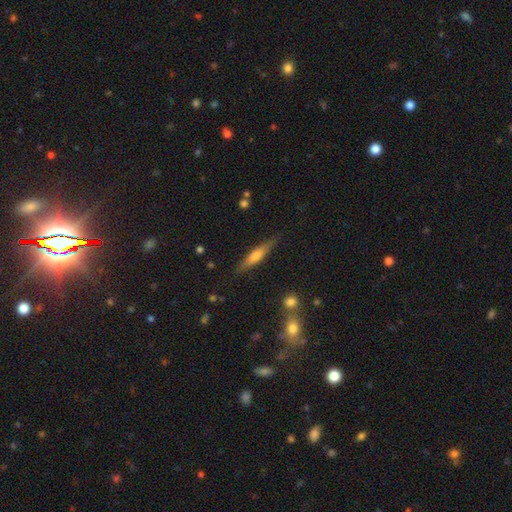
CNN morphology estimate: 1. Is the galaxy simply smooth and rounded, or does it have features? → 52% featured or disk, 41% smooth, 7% star or artifact.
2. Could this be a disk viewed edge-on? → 94% yes, 6% no.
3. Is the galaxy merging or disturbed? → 85% none, 11% minor disturbance, 2% major disturbance, 2% merger.